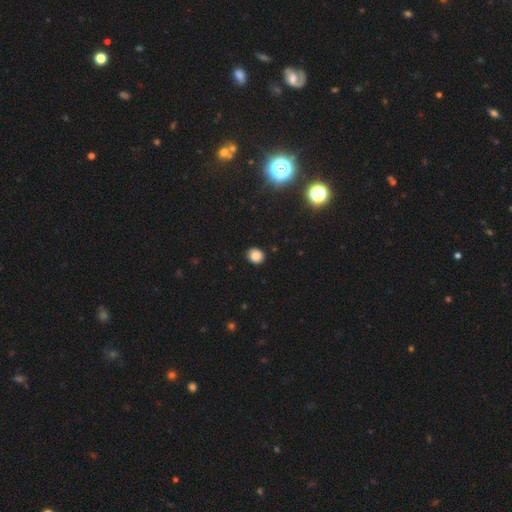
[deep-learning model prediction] Smooth or featured? smooth (84%)
How rounded? round (76%)
Merging? none (90%)